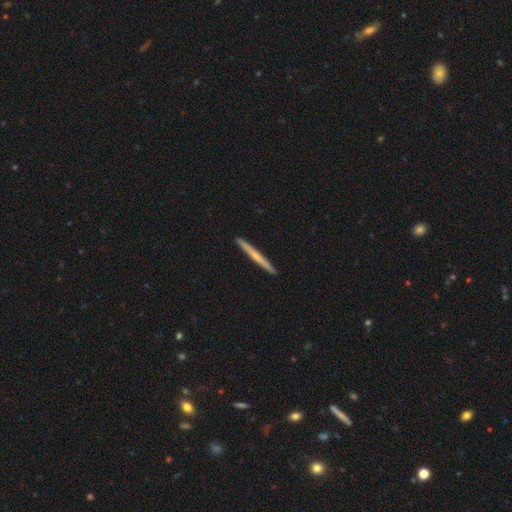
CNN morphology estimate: The model was most divided on "smooth or featured": smooth: 48%, featured or disk: 46%, star or artifact: 5%. More confident: merging — none (93%).